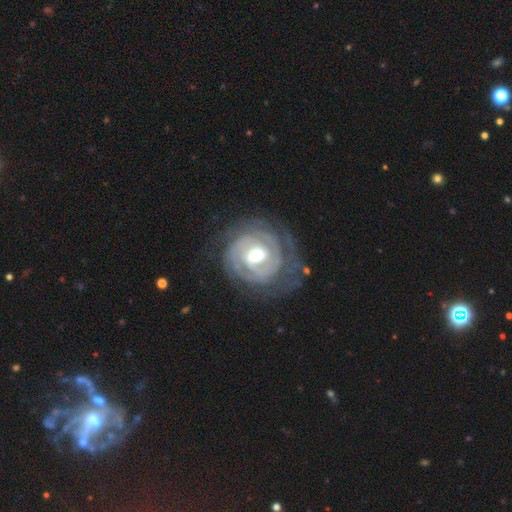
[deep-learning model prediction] The model was most divided on "spiral arm count" (2-way tie): 2: 34%, can't tell: 34%, 3: 14%, 4: 7%, 1: 6%, more than 4: 5%. Remaining: edge-on disk — no (97%); spiral arms — yes (94%); smooth or featured — featured or disk (87%); spiral winding — tight (79%); merging — none (69%); bulge size — moderate (64%); bar — no (43%).